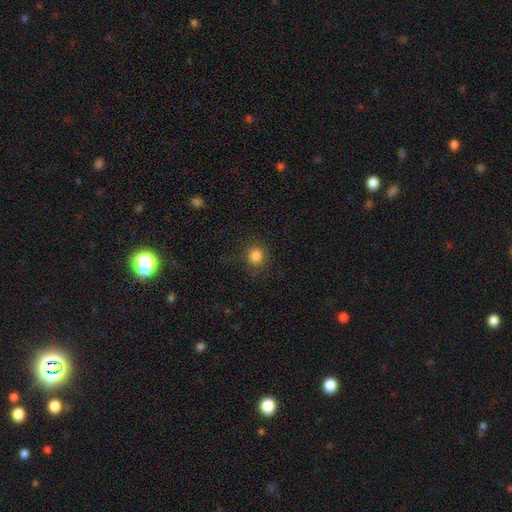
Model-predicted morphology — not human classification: Overall: smooth (84%). How rounded: round (84%). Merging: none (82%).